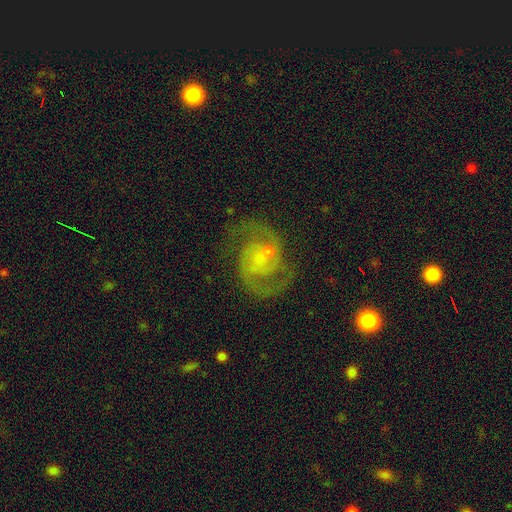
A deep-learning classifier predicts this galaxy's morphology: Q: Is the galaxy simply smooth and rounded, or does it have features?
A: featured or disk — 82%.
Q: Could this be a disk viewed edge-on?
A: no — 98%.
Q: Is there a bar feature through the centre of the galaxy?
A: weak — 51%.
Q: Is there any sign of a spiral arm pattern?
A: yes — 95%.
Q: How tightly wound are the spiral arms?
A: medium — 56%.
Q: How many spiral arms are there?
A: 2 — 86%.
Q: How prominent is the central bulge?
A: small — 61%.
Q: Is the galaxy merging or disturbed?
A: none — 75%.